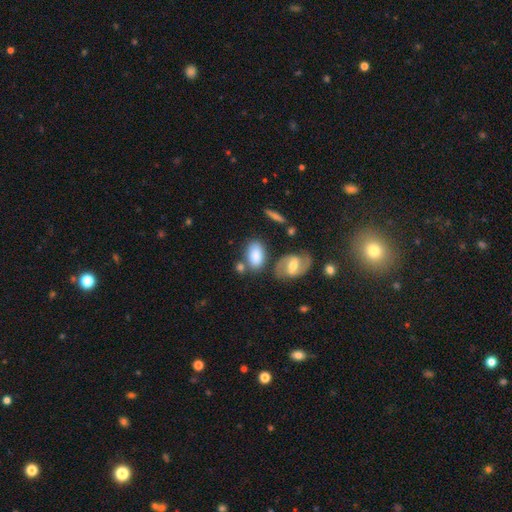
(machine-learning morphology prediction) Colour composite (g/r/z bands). It shows a smooth galaxy with no disk features (78%) that is in between round and cigar-shaped (89%). Merging: none (61%).